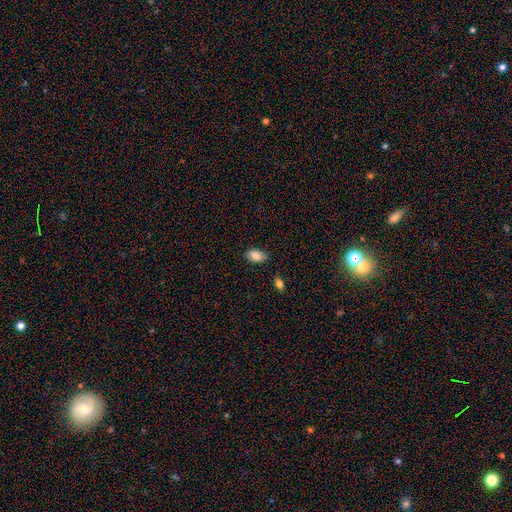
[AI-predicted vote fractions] This appears to be a smooth galaxy with no disk features (85%) that is in between round and cigar-shaped (92%). Merging: none (84%).